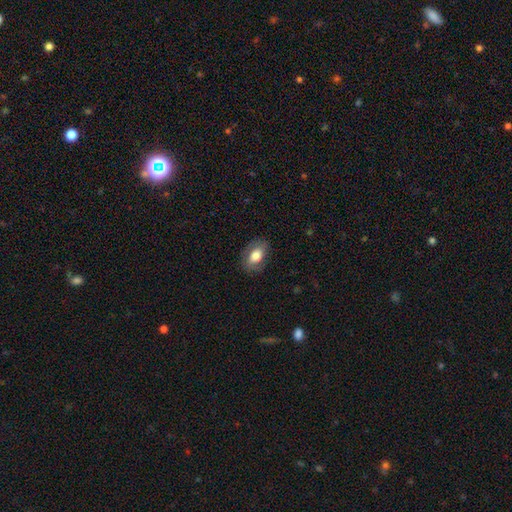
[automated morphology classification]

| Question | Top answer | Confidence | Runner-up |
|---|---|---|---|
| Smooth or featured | smooth | 72% | featured or disk (21%) |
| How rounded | in between | 88% | round (11%) |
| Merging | none | 78% | minor disturbance (16%) |